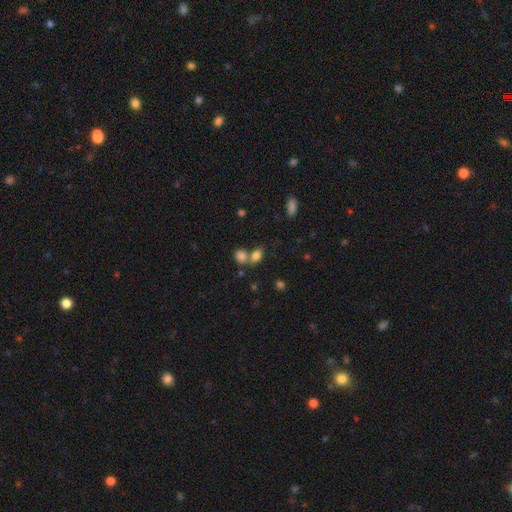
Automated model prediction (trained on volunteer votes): Smooth or featured? smooth (81%)
How rounded? in between (77%)
Merging? none (44%)